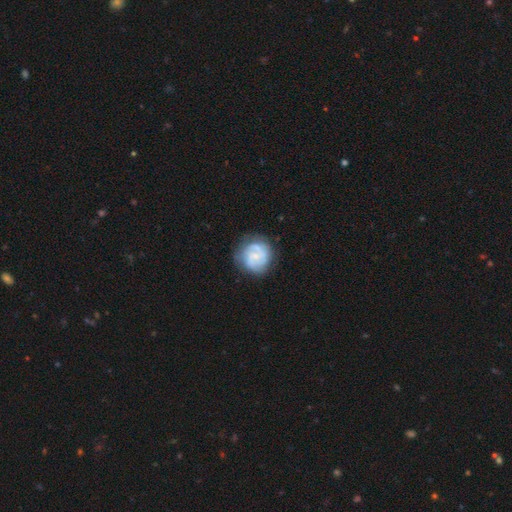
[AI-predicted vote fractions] This is likely a featured or disk galaxy (65%). It is clearly not viewed edge-on (98%). Bar: likely no (67%). Spiral arm pattern: clearly yes (84%). Spiral arm count: marginally 2 (35%). Spiral winding: possibly tight (54%). Central bulge: likely small (67%). Merging: likely none (71%).